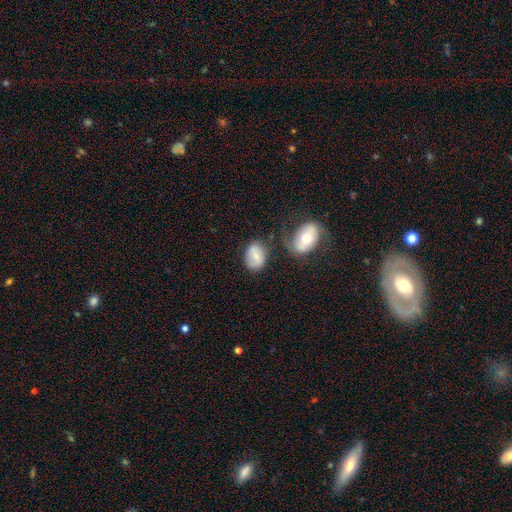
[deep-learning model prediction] Smooth or featured? smooth (66%)
How rounded? in between (71%)
Merging? none (63%)